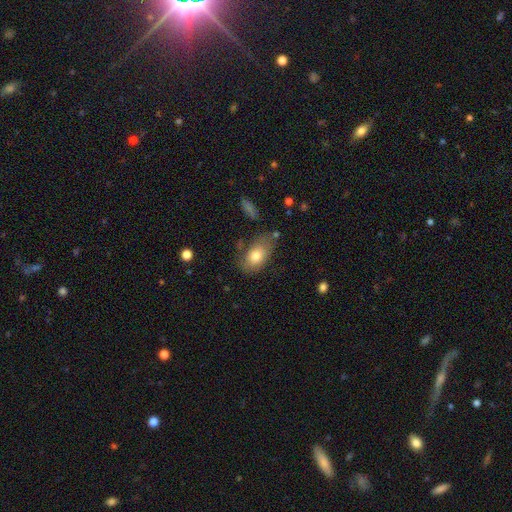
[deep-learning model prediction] Smooth or featured?
  - smooth: 76% *
  - featured or disk: 17%
  - star or artifact: 7%
How rounded?
  - in between: 88% *
  - round: 10%
  - cigar-shaped: 2%
Merging?
  - none: 59% *
  - minor disturbance: 25%
  - major disturbance: 9%
  - merger: 6%